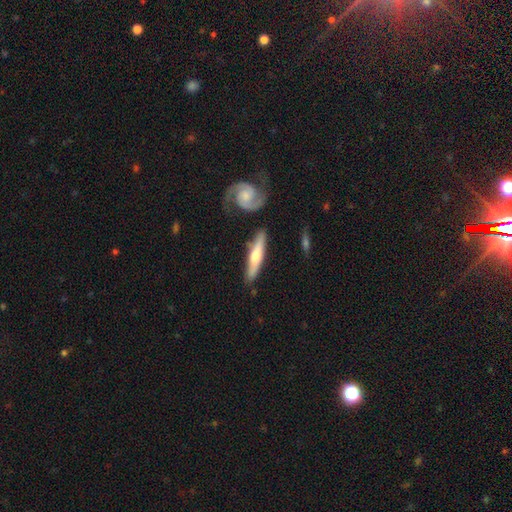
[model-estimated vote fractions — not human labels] Smooth or featured? Predicted: featured or disk (p=0.55). Edge-on disk? Predicted: yes (p=0.80). Merging? Predicted: none (p=0.79).